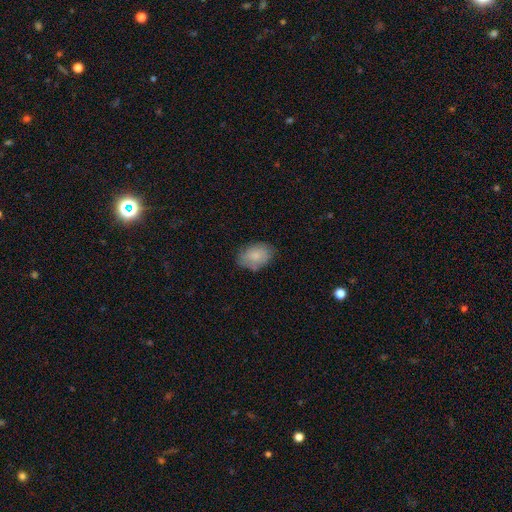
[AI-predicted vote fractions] smooth 80%, featured or disk 13%, star or artifact 7%. Down the decision tree: how rounded — in between (85%); merging — none (74%).